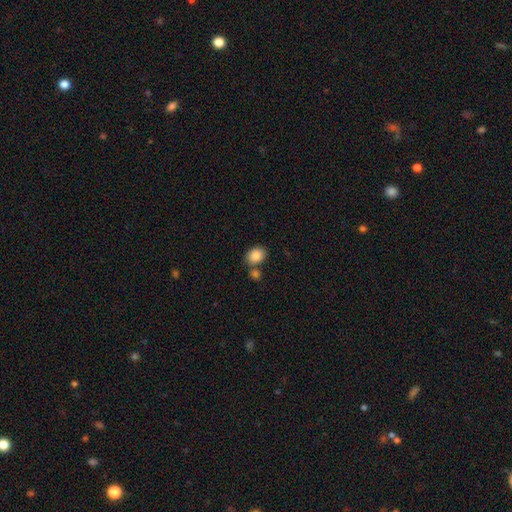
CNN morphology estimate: A smooth galaxy with no disk features (86%) that is in between round and cigar-shaped (53%). Merging: none (66%).